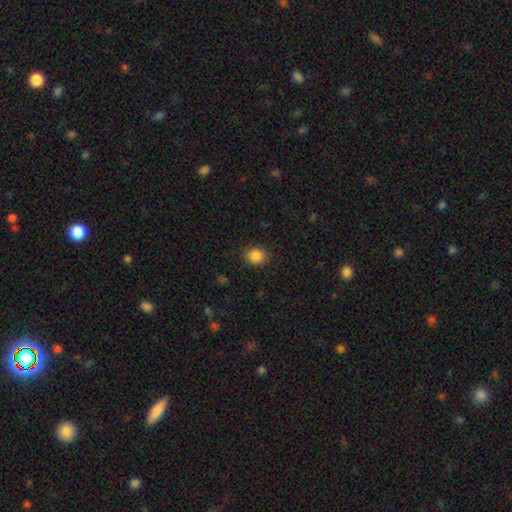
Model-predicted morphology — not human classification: A smooth galaxy with no disk features (86%) that is round (58%).

Vote fractions:
- Smooth or featured? smooth: 86% / star or artifact: 10% / featured or disk: 4%
- How rounded? round: 58% / in between: 41% / cigar-shaped: 1%
- Merging? none: 88% / minor disturbance: 9% / major disturbance: 3% / merger: 1%